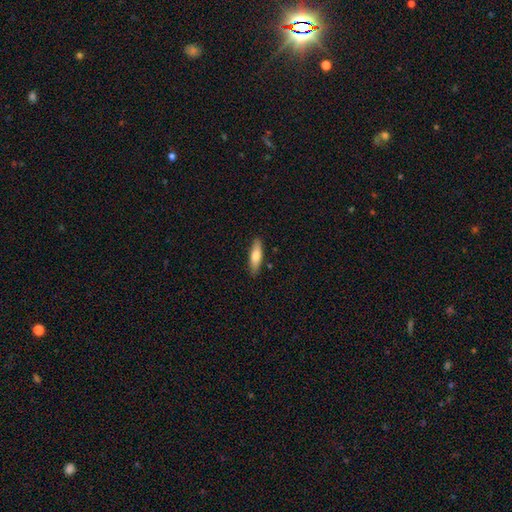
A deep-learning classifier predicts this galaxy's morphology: type=smooth (71%); roundness=cigar-shaped (57%); merging=none (87%).